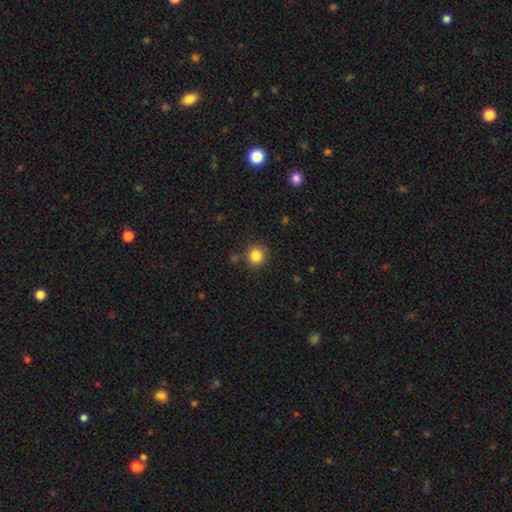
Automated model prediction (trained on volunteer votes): Overall: smooth (85%). How rounded: round (91%). Merging: none (84%).